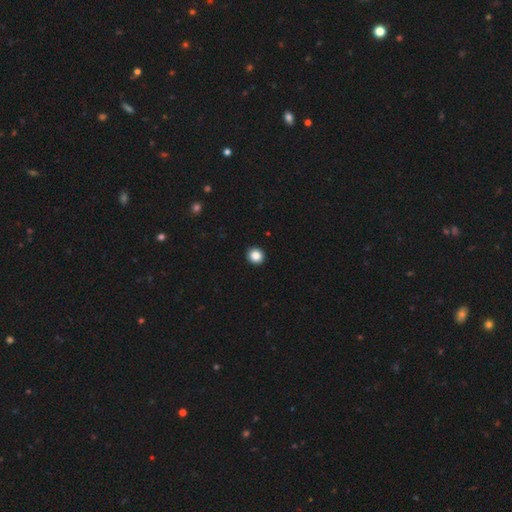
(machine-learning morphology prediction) This is clearly a smooth galaxy (87%). How rounded: clearly round (92%). Merging: clearly none (94%).